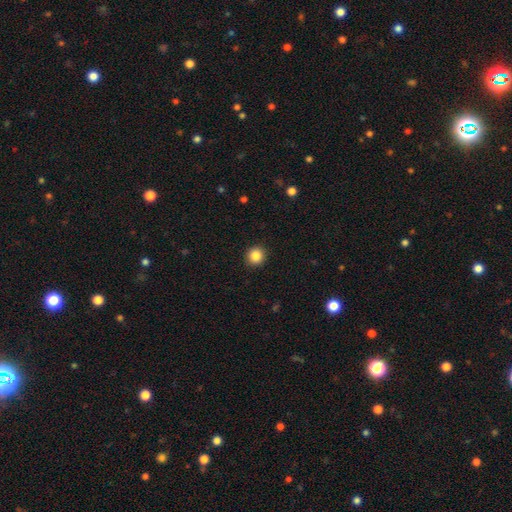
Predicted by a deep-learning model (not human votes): Smooth or featured: smooth — 86% (star or artifact — 10%)
How rounded: round — 93% (in between — 6%)
Merging: none — 92% (minor disturbance — 5%)